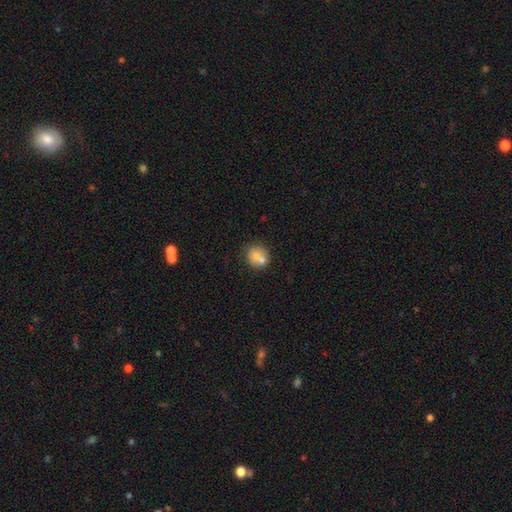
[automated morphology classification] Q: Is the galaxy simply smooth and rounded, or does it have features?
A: smooth — 71%.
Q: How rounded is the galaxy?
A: round — 81%.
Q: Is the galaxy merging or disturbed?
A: none — 53%.